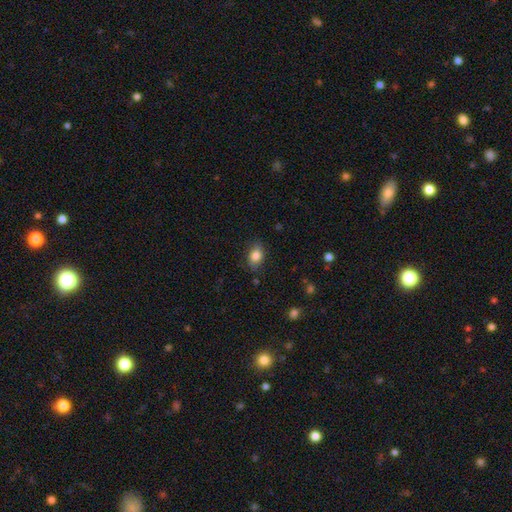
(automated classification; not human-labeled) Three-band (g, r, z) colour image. It shows a smooth galaxy with no disk features (82%) that is in between round and cigar-shaped (80%). Merging: none (82%).